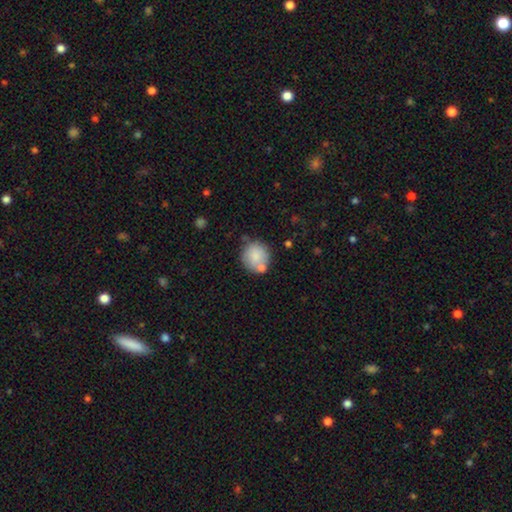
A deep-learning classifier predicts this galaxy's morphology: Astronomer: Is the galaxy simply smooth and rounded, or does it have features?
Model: smooth — 81%.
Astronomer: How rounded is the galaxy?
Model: round — 89%.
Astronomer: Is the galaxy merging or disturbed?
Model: none — 69%.